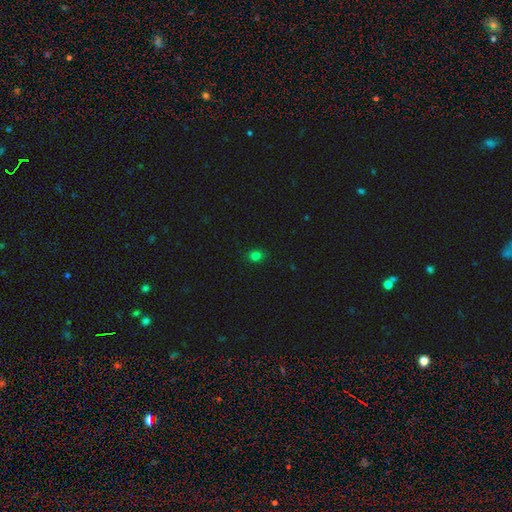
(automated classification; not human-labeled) Smooth or featured: smooth — 78% (star or artifact — 18%)
How rounded: round — 64% (in between — 35%)
Merging: none — 87% (minor disturbance — 10%)